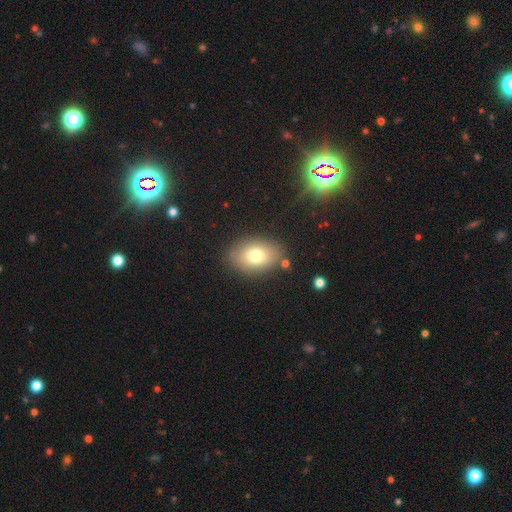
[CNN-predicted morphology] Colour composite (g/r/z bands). It shows a smooth galaxy with no disk features (76%) that is in between round and cigar-shaped (80%). Merging: none (82%).